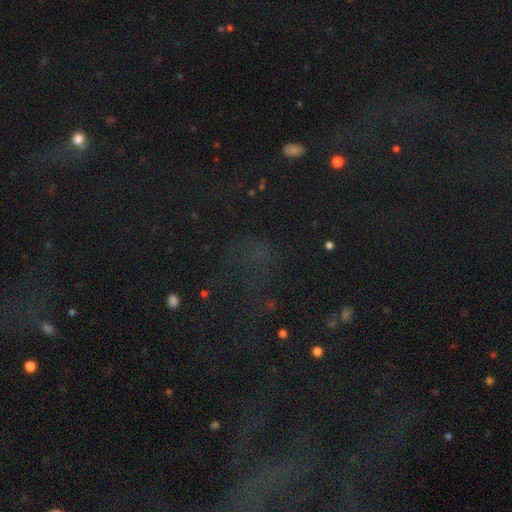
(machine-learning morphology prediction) smooth-or-featured: star or artifact: 60% | smooth: 25% | featured or disk: 14%